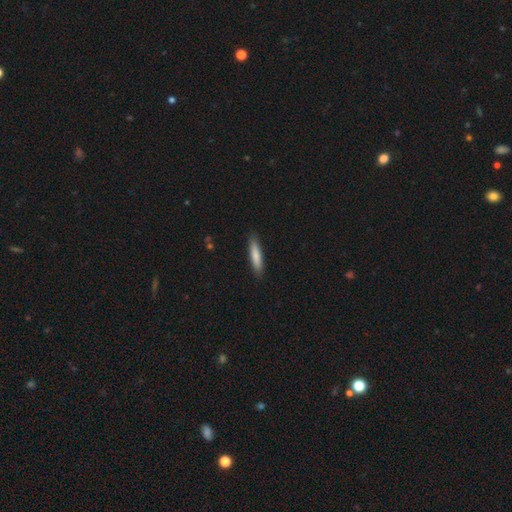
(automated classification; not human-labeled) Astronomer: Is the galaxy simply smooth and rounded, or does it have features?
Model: smooth — 80%.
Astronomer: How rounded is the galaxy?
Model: cigar-shaped — 85%.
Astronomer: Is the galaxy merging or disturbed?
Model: none — 89%.